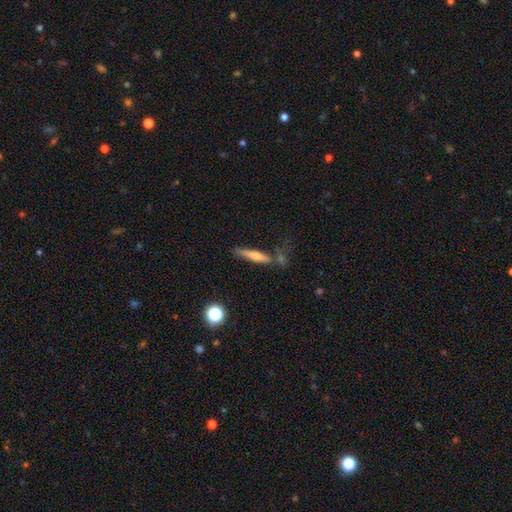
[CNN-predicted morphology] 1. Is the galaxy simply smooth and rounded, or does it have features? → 47% smooth, 44% featured or disk, 9% star or artifact.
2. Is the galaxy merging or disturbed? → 65% none, 18% minor disturbance, 11% merger, 6% major disturbance.